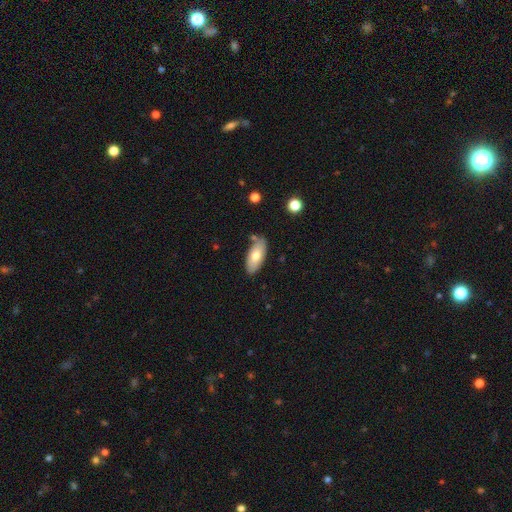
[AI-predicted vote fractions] The model was most divided on "smooth or featured": smooth: 72%, featured or disk: 22%, star or artifact: 6%. More confident: how rounded — in between (86%); merging — none (78%).